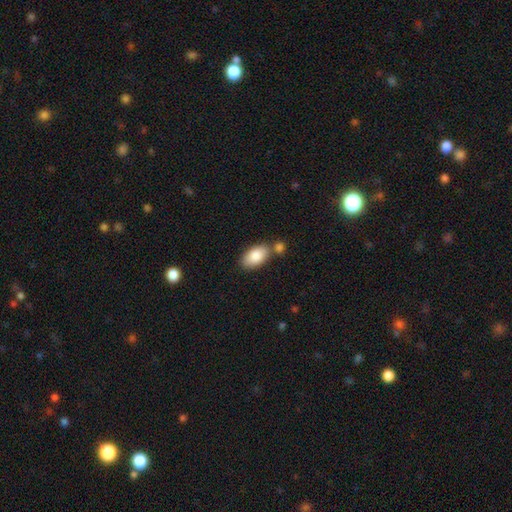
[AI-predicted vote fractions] Smooth or featured: smooth — 84% (featured or disk — 10%)
How rounded: in between — 94% (round — 4%)
Merging: none — 62% (merger — 22%)